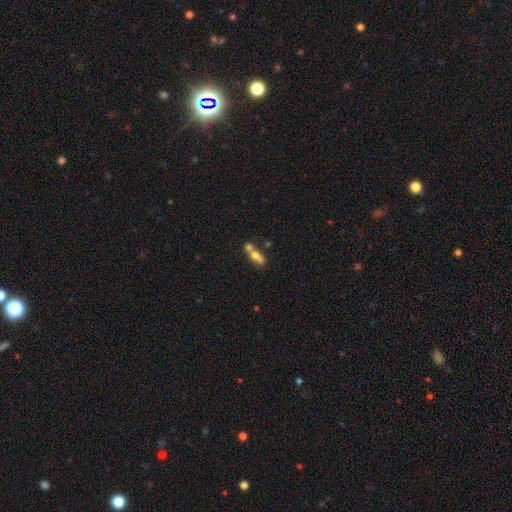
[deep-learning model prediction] Q: Smooth or featured?
A: smooth (63%); runner-up: featured or disk (27%)
Q: How rounded?
A: in between (68%); runner-up: cigar-shaped (17%)
Q: Merging?
A: merger (55%); runner-up: none (30%)